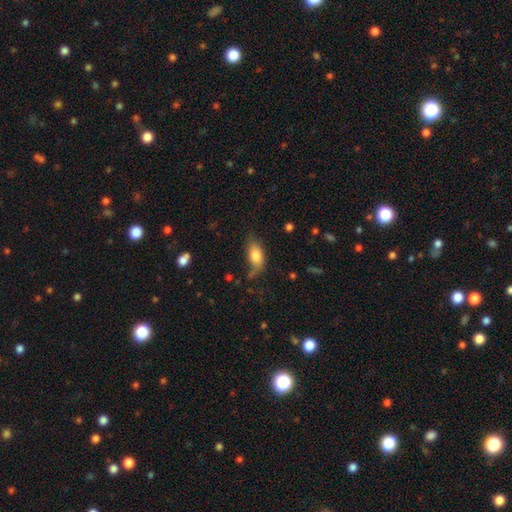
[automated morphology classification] A smooth galaxy with no disk features (78%) that is in between round and cigar-shaped (89%). Merging: none (55%).